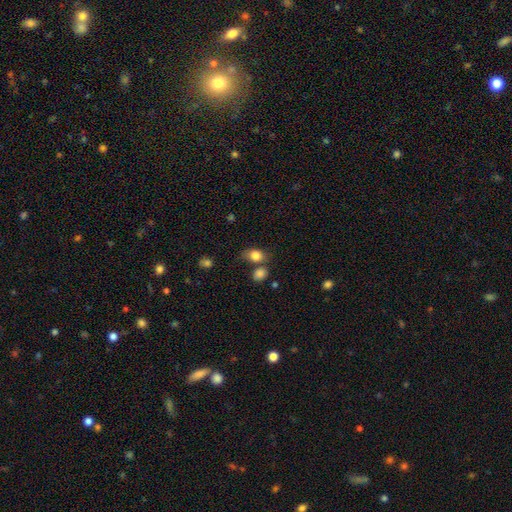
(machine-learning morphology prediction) Q: Smooth or featured?
A: smooth (83%); runner-up: star or artifact (9%)
Q: How rounded?
A: in between (65%); runner-up: round (33%)
Q: Merging?
A: none (54%); runner-up: merger (21%)